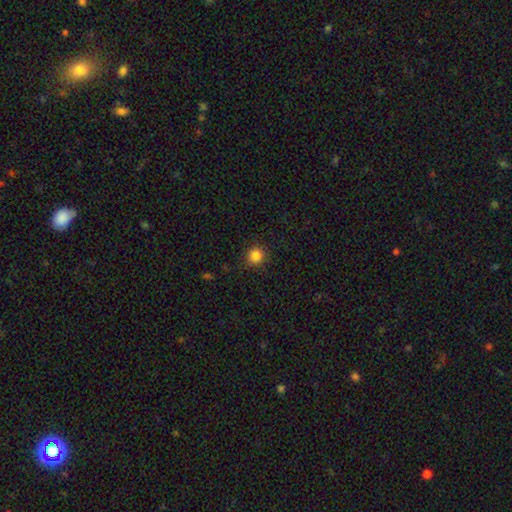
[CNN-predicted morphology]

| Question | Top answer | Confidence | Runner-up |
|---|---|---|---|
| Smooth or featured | smooth | 85% | star or artifact (11%) |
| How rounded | round | 93% | in between (6%) |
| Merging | none | 90% | minor disturbance (7%) |